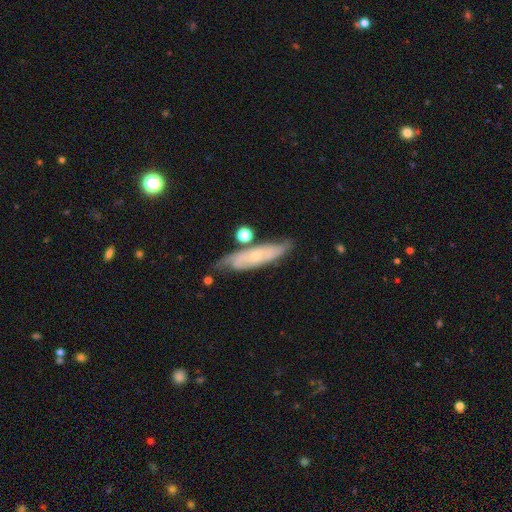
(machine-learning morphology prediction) A featured or disk galaxy (61%).

Vote fractions:
- Smooth or featured? featured or disk: 61% / smooth: 31% / star or artifact: 7%
- Edge-on disk? no: 68% / yes: 32%
- Merging? none: 66% / minor disturbance: 21% / merger: 7% / major disturbance: 6%